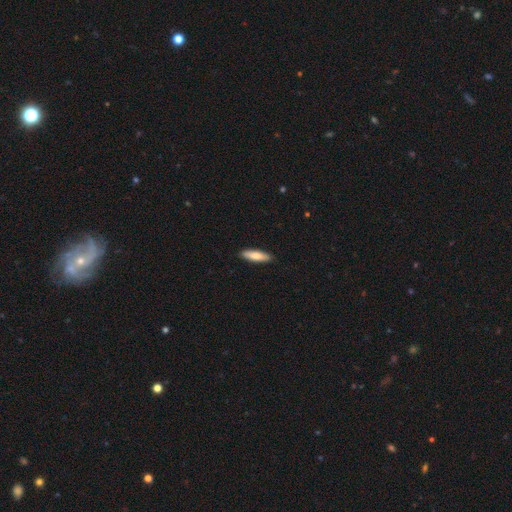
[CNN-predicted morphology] The model was most divided on "how rounded": cigar-shaped: 68%, in between: 30%, round: 1%. More confident: merging — none (90%); smooth or featured — smooth (78%).